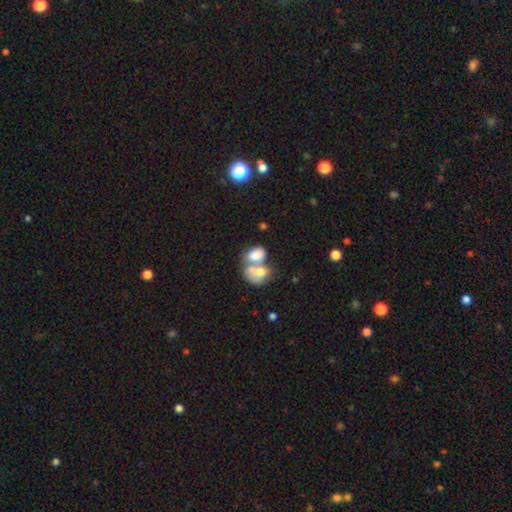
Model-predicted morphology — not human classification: This is likely a smooth galaxy (72%). How rounded: clearly in between (83%). Merging: likely merger (73%).